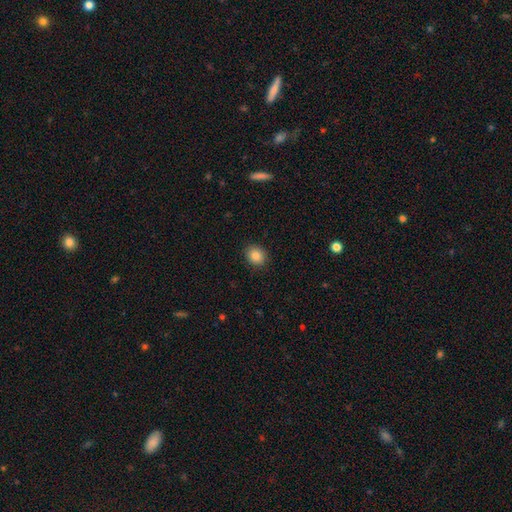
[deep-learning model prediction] Q: Smooth or featured?
A: smooth (85%); runner-up: star or artifact (10%)
Q: How rounded?
A: round (70%); runner-up: in between (29%)
Q: Merging?
A: none (90%); runner-up: minor disturbance (7%)